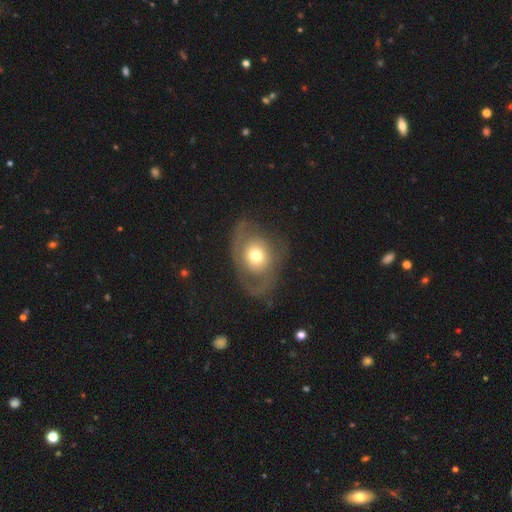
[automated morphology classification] smooth_or_featured: featured or disk (p=0.56) [alt: smooth p=0.38]
disk_edge_on: no (p=0.93) [alt: yes p=0.07]
bar: no (p=0.85) [alt: weak p=0.11]
has_spiral_arms: no (p=0.54) [alt: yes p=0.46]
bulge_size: moderate (p=0.63) [alt: large p=0.17]
merging: none (p=0.64) [alt: minor disturbance p=0.18]